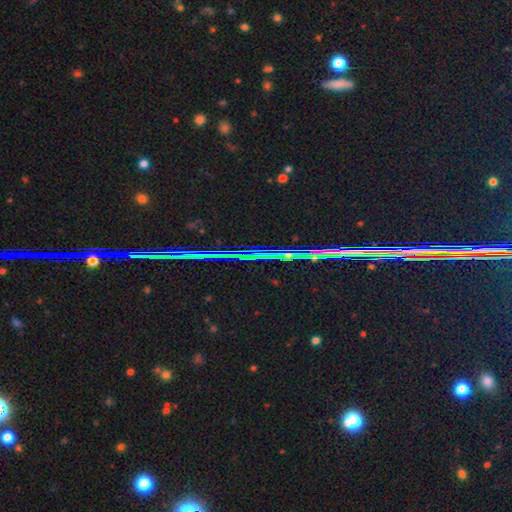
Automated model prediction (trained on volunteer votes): A star or artifact, not a galaxy (85%).